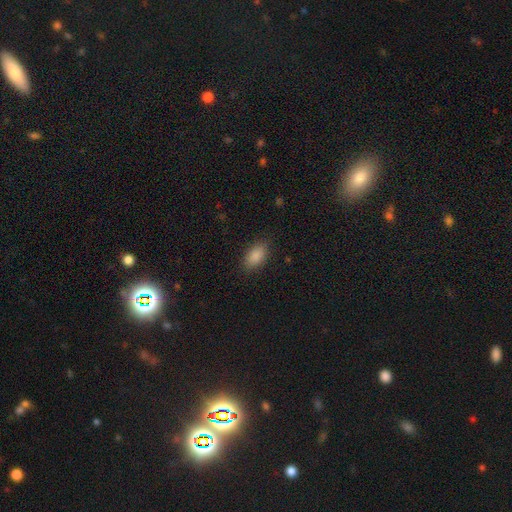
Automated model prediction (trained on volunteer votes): Q: Smooth or featured?
A: smooth (88%); runner-up: star or artifact (7%)
Q: How rounded?
A: in between (92%); runner-up: round (5%)
Q: Merging?
A: none (86%); runner-up: minor disturbance (10%)